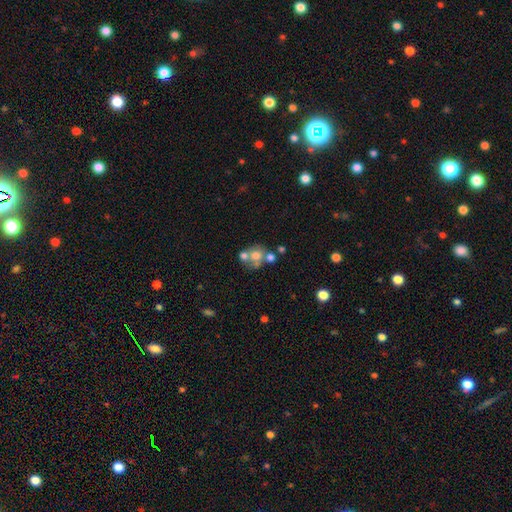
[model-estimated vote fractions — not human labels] The model was most divided on "merging": merger: 43%, none: 40%, minor disturbance: 10%, major disturbance: 7%. More confident: how rounded — round (69%); smooth or featured — smooth (57%).